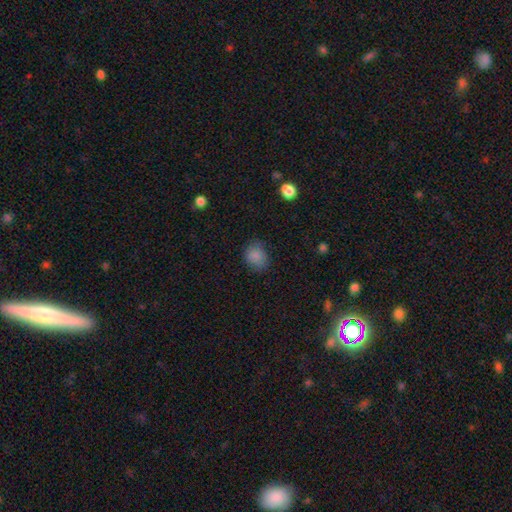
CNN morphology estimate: A smooth galaxy with no disk features (85%) that is round (56%).

Vote fractions:
- Smooth or featured? smooth: 85% / star or artifact: 10% / featured or disk: 5%
- How rounded? round: 56% / in between: 43% / cigar-shaped: 1%
- Merging? none: 76% / minor disturbance: 18% / major disturbance: 5% / merger: 1%